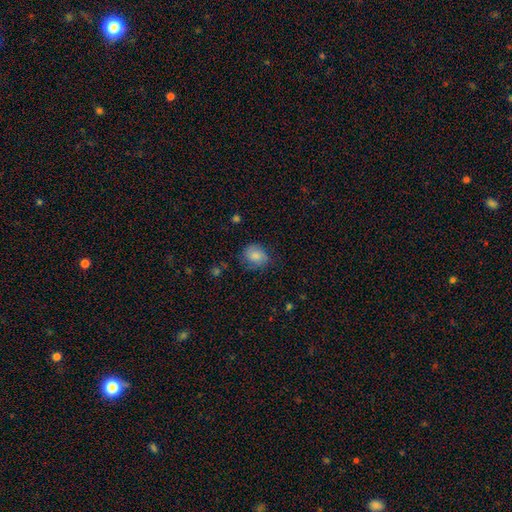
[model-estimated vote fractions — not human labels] A smooth galaxy with no disk features (77%) that is round (58%). Merging: none (64%).